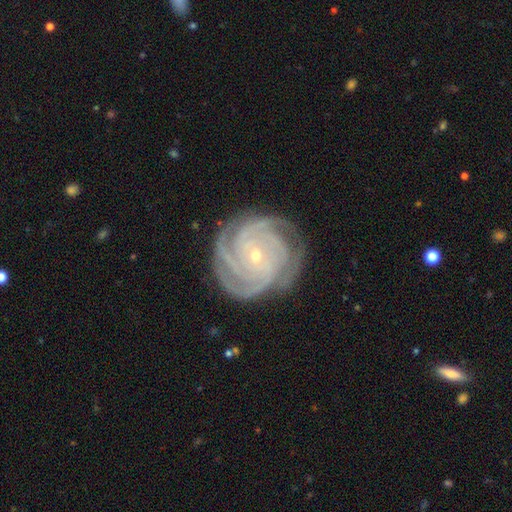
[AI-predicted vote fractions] smooth_or_featured: featured or disk (p=0.91) [alt: star or artifact p=0.05]
disk_edge_on: no (p=0.98) [alt: yes p=0.02]
bar: no (p=0.71) [alt: weak p=0.20]
has_spiral_arms: yes (p=0.99) [alt: no p=0.01]
spiral_winding: tight (p=0.81) [alt: medium p=0.17]
spiral_arm_count: 4 (p=0.42) [alt: 3 p=0.22]
bulge_size: small (p=0.80) [alt: moderate p=0.17]
merging: none (p=0.80) [alt: minor disturbance p=0.14]